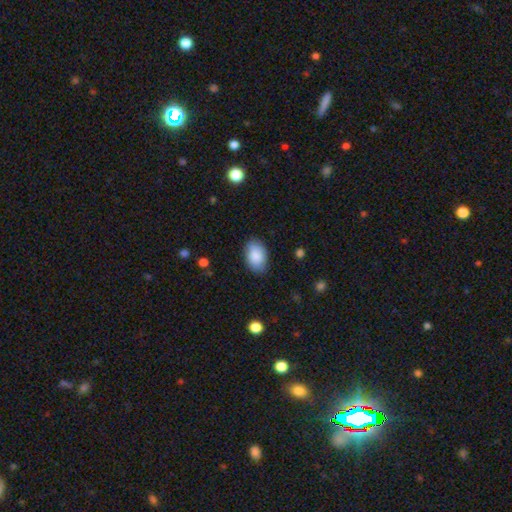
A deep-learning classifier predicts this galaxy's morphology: smooth-or-featured: smooth: 87% | featured or disk: 6% | star or artifact: 6%
  how-rounded: in between: 90% | round: 9% | cigar-shaped: 1%
  merging: none: 82% | minor disturbance: 14% | major disturbance: 3% | merger: 1%